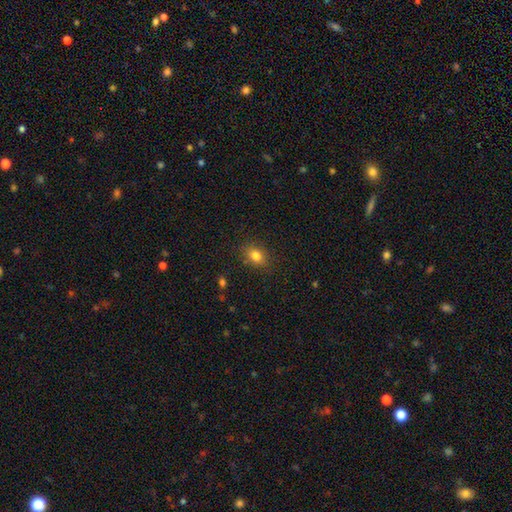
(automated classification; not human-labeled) Morphology: type=smooth (82%); roundness=in between (70%); merging=none (84%).